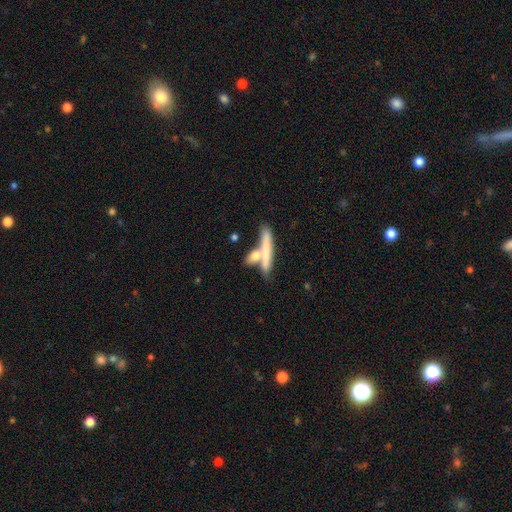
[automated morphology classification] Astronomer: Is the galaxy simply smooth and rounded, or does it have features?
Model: smooth — 67%.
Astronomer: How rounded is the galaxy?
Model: cigar-shaped — 73%.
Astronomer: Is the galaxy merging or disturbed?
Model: none — 48% (runner-up: merger, 35%).